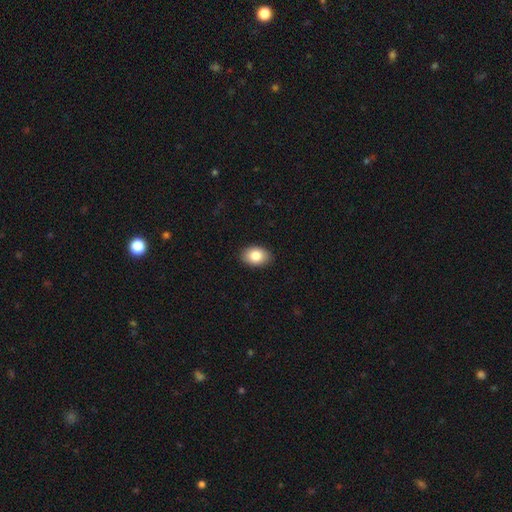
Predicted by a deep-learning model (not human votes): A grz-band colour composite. It shows a smooth galaxy with no disk features (84%) that is in between round and cigar-shaped (84%). Merging: none (89%).